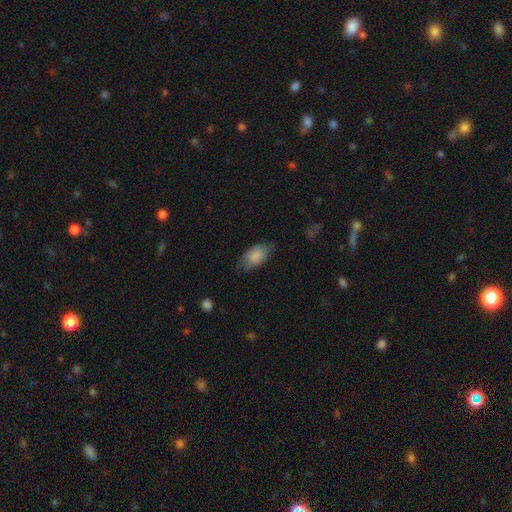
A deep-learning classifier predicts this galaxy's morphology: This is clearly a smooth galaxy (85%). How rounded: clearly in between (93%). Merging: likely none (69%).